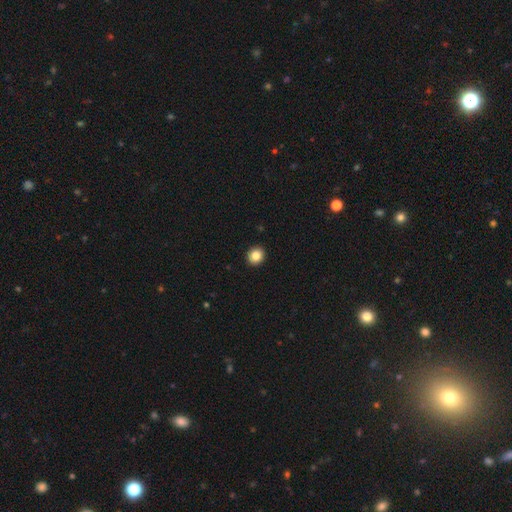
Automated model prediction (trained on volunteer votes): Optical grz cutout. It shows a smooth galaxy with no disk features (85%) that is round (78%). Merging: none (93%).